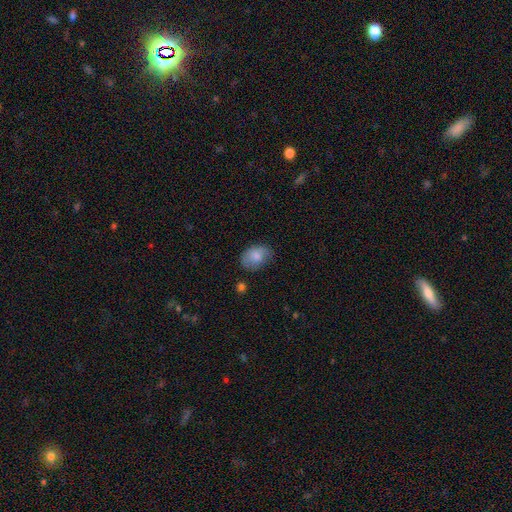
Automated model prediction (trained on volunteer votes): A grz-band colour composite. It shows a smooth galaxy with no disk features (79%) that is in between round and cigar-shaped (78%). Merging: none (59%).